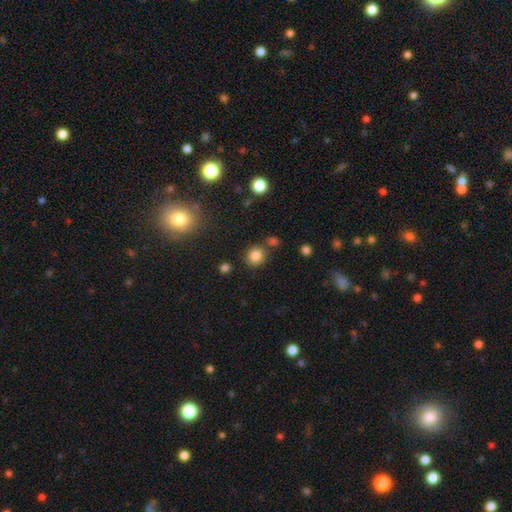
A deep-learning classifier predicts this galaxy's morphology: This appears to be a smooth galaxy with no disk features (83%) that is round (85%). Merging: none (79%).